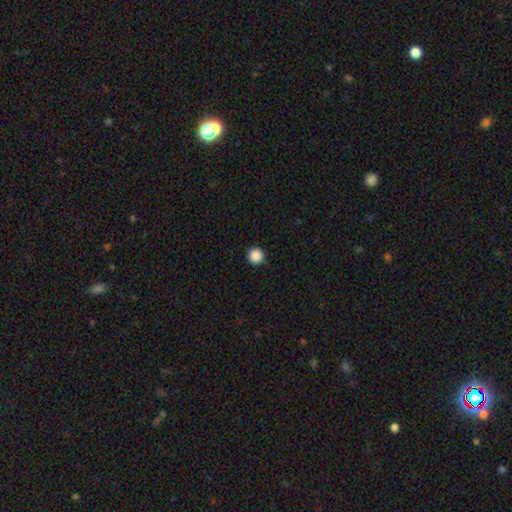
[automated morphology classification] A smooth galaxy with no disk features (88%) that is round (97%).

Vote fractions:
- Smooth or featured? smooth: 88% / star or artifact: 10% / featured or disk: 3%
- How rounded? round: 97% / in between: 2% / cigar-shaped: 1%
- Merging? none: 91% / minor disturbance: 6% / major disturbance: 2% / merger: 1%